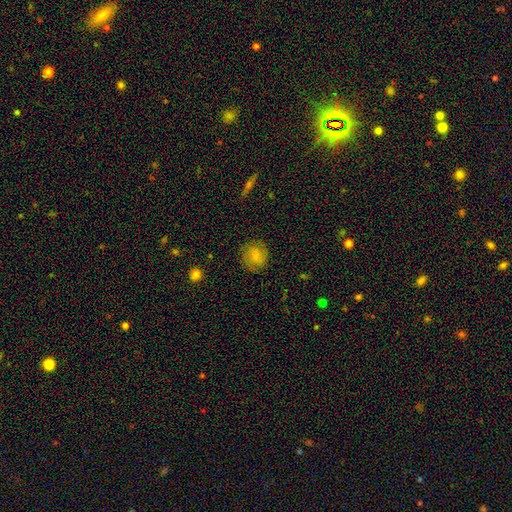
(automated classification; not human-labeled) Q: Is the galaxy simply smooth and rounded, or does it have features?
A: smooth — 71%.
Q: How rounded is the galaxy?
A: round — 85%.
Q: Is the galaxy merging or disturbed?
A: none — 84%.